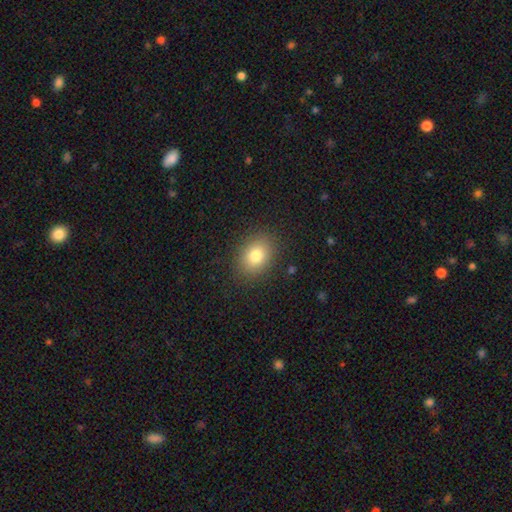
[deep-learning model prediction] smooth_or_featured: smooth (p=0.80) [alt: star or artifact p=0.11]
how_rounded: in between (p=0.58) [alt: round p=0.41]
merging: none (p=0.87) [alt: minor disturbance p=0.09]